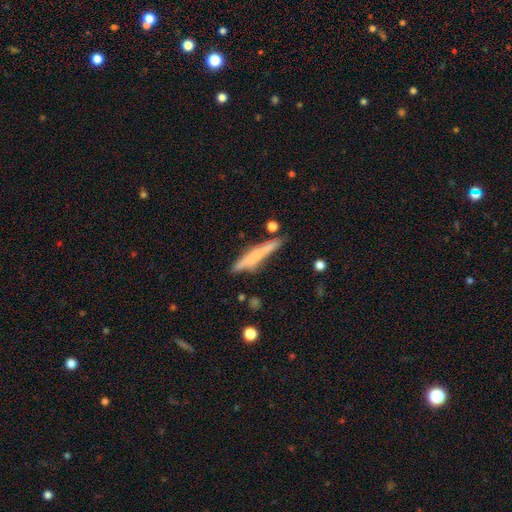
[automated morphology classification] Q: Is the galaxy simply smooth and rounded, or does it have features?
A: smooth — 56%.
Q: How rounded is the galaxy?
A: cigar-shaped — 92%.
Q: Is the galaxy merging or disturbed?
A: none — 72%.